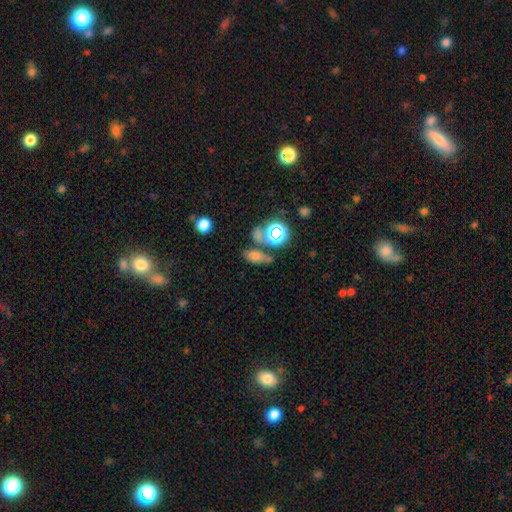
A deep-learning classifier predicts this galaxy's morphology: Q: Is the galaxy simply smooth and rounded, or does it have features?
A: smooth — 61%.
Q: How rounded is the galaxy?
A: in between — 73%.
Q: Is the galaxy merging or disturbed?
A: none — 55%.